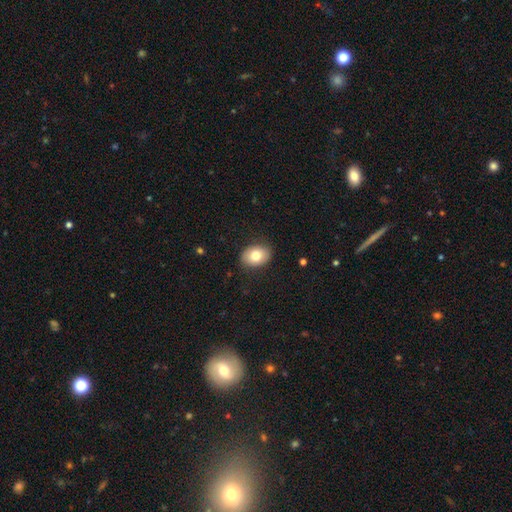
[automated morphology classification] Smooth or featured: smooth — 80% (featured or disk — 13%)
How rounded: in between — 72% (round — 27%)
Merging: none — 87% (minor disturbance — 9%)